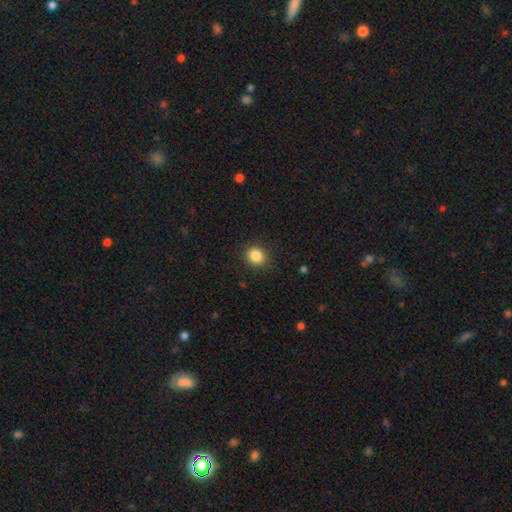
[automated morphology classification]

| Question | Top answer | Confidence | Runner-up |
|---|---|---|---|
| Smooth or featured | smooth | 86% | star or artifact (10%) |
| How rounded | round | 74% | in between (26%) |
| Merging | none | 89% | minor disturbance (7%) |